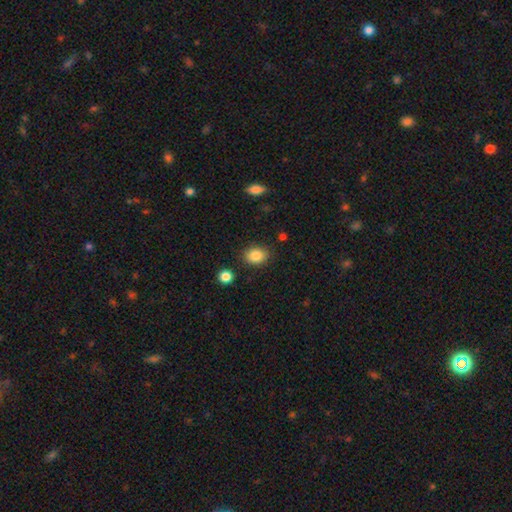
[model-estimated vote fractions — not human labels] A smooth galaxy with no disk features (85%) that is in between round and cigar-shaped (56%).

Vote fractions:
- Smooth or featured? smooth: 85% / star or artifact: 9% / featured or disk: 5%
- How rounded? in between: 56% / round: 43% / cigar-shaped: 1%
- Merging? none: 84% / minor disturbance: 10% / major disturbance: 3% / merger: 3%